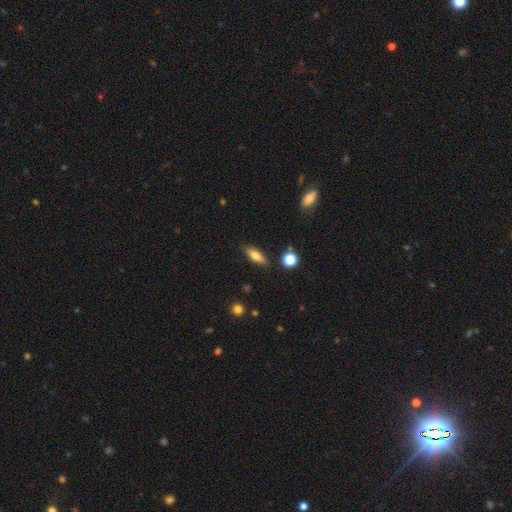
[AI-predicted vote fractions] Smooth or featured? Predicted: smooth (p=0.67). How rounded? Predicted: in between (p=0.53). Merging? Predicted: none (p=0.85).